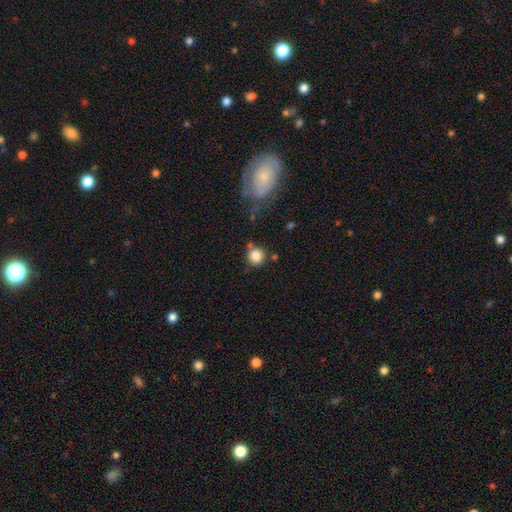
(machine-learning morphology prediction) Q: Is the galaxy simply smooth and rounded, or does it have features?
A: smooth — 86%.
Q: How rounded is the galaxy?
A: round — 90%.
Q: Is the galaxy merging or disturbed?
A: none — 71%.